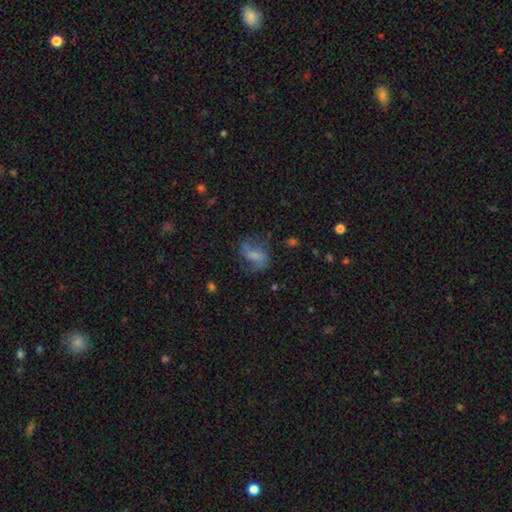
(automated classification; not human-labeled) smooth_or_featured: featured or disk (p=0.61) [alt: smooth p=0.29]
disk_edge_on: no (p=0.97) [alt: yes p=0.03]
bar: weak (p=0.44) [alt: no p=0.31]
has_spiral_arms: yes (p=0.84) [alt: no p=0.16]
bulge_size: small (p=0.34) [alt: none p=0.33]
merging: none (p=0.57) [alt: minor disturbance p=0.21]